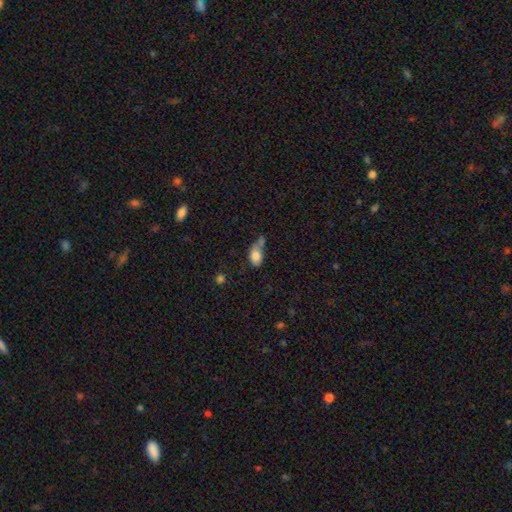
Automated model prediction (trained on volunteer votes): Overall: smooth (80%). How rounded: in between (85%). Merging: merger (36%; none 32%).